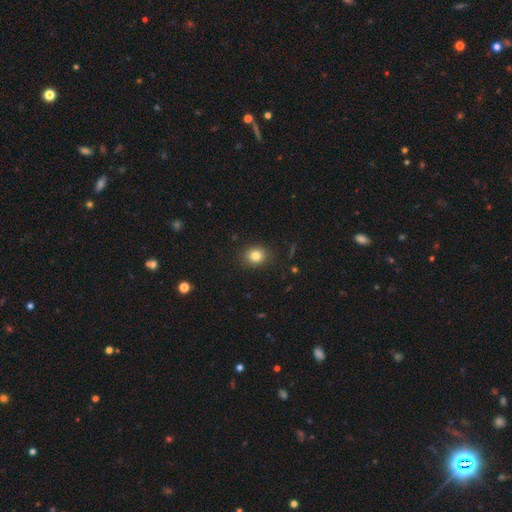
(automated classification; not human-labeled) This appears to be a smooth galaxy with no disk features (82%) that is round (71%). Merging: none (88%).